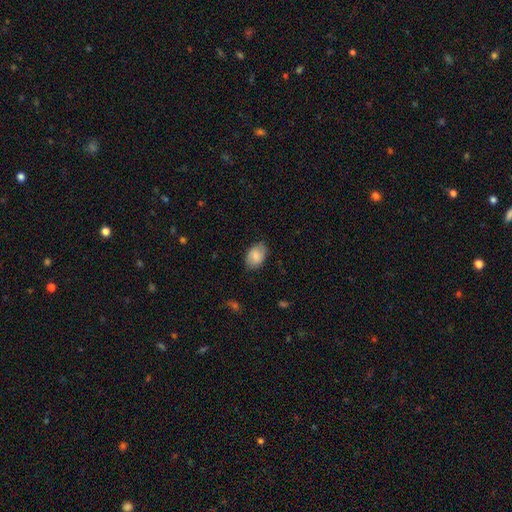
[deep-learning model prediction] A smooth galaxy with no disk features (77%) that is in between round and cigar-shaped (85%). Merging: none (80%).